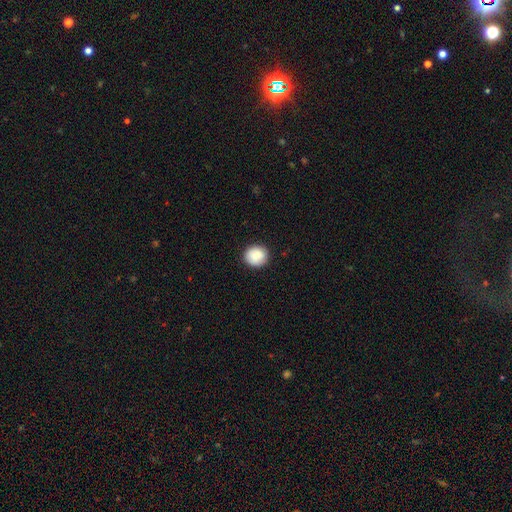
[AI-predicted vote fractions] Smooth or featured?
  - smooth: 88% *
  - star or artifact: 7%
  - featured or disk: 4%
How rounded?
  - round: 86% *
  - in between: 13%
  - cigar-shaped: 1%
Merging?
  - none: 89% *
  - minor disturbance: 8%
  - major disturbance: 2%
  - merger: 1%